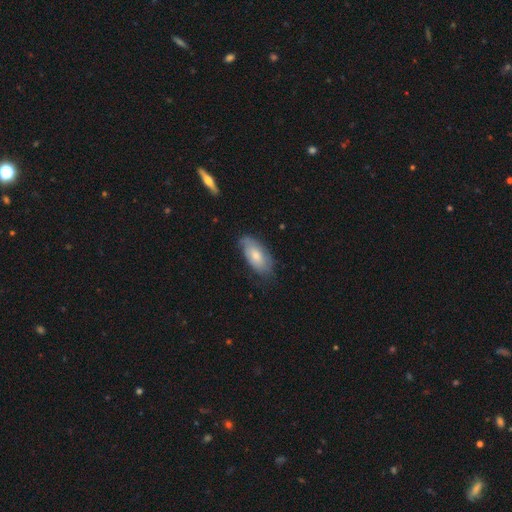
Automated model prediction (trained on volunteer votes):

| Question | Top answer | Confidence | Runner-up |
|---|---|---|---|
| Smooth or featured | smooth | 67% | featured or disk (27%) |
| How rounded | in between | 90% | cigar-shaped (8%) |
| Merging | none | 64% | minor disturbance (28%) |